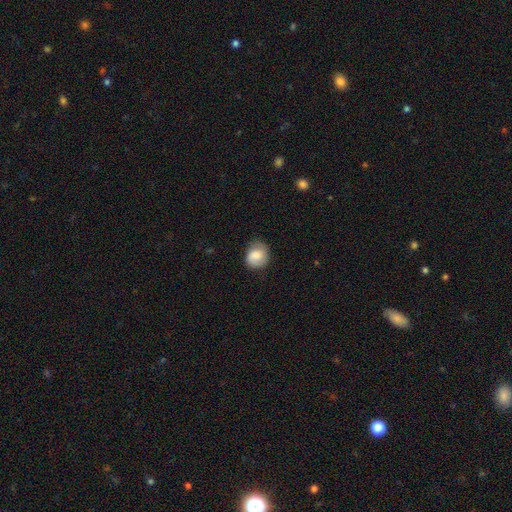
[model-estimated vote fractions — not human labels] A smooth galaxy with no disk features (81%) that is round (70%). Merging: none (66%).